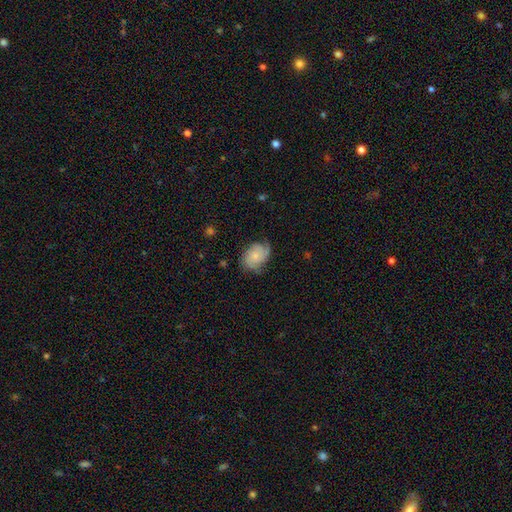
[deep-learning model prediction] Morphology: type=featured or disk (56%); edge-on=no (97%); bar=no (78%); spiral arms=yes (91%); bulge=small (58%); merging=none (62%).